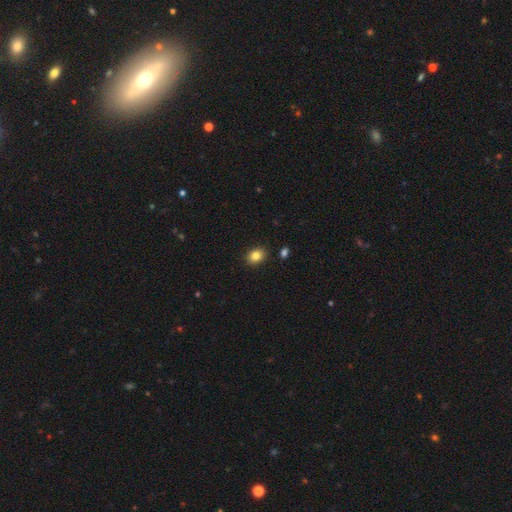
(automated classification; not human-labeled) Smooth or featured? smooth (84%)
How rounded? in between (58%)
Merging? none (88%)